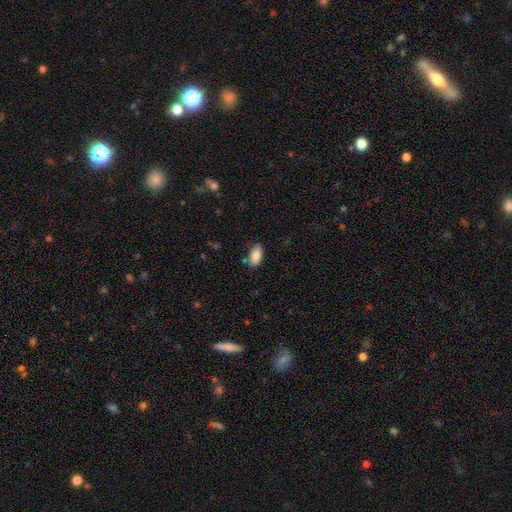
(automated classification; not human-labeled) Smooth or featured?
  - smooth: 86% *
  - featured or disk: 7%
  - star or artifact: 7%
How rounded?
  - in between: 93% *
  - cigar-shaped: 4%
  - round: 3%
Merging?
  - none: 79% *
  - minor disturbance: 16%
  - major disturbance: 3%
  - merger: 3%